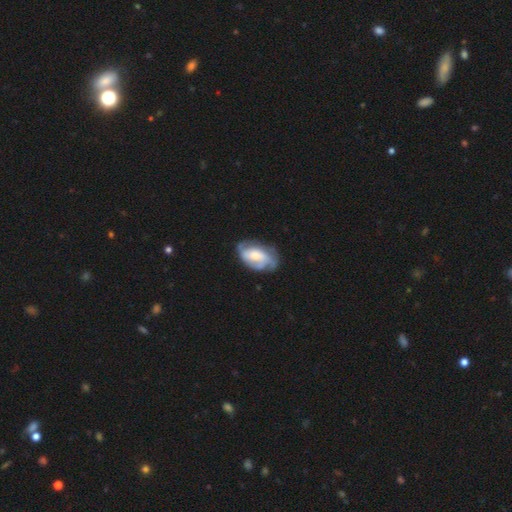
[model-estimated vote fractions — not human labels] Smooth or featured: featured or disk — 67% (smooth — 27%)
Edge-on disk: no — 96% (yes — 4%)
Bar: no — 56% (weak — 33%)
Spiral arms: yes — 87% (no — 13%)
Spiral winding: medium — 41% (tight — 37%)
Spiral arm count: 2 — 37% (can't tell — 27%)
Bulge size: moderate — 52% (small — 29%)
Merging: none — 60% (minor disturbance — 25%)